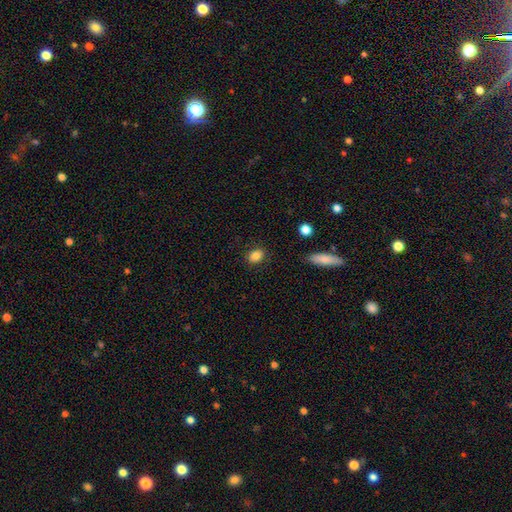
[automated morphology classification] Smooth or featured?
  - smooth: 84% *
  - star or artifact: 9%
  - featured or disk: 6%
How rounded?
  - in between: 64% *
  - round: 34%
  - cigar-shaped: 1%
Merging?
  - none: 86% *
  - minor disturbance: 10%
  - major disturbance: 3%
  - merger: 2%